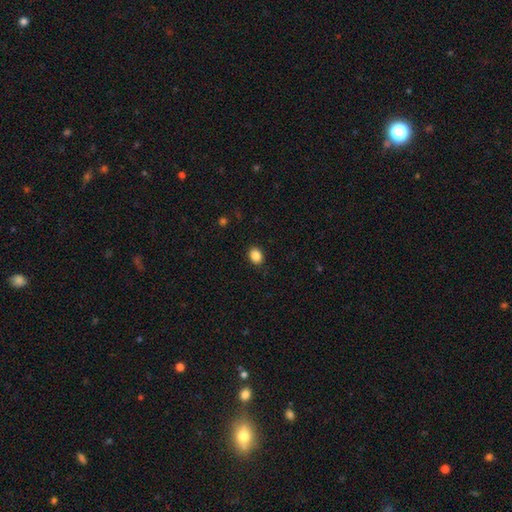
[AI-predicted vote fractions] smooth_or_featured: smooth (p=0.88) [alt: star or artifact p=0.09]
how_rounded: in between (p=0.61) [alt: round p=0.38]
merging: none (p=0.89) [alt: minor disturbance p=0.08]